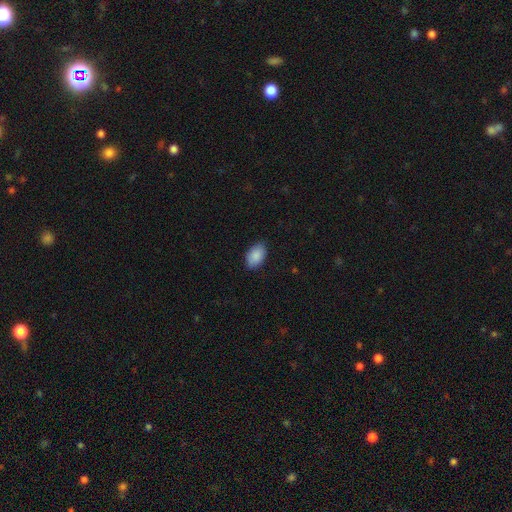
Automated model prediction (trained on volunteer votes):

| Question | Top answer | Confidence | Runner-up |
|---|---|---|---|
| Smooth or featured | smooth | 89% | star or artifact (6%) |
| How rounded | in between | 92% | round (6%) |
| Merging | none | 85% | minor disturbance (11%) |